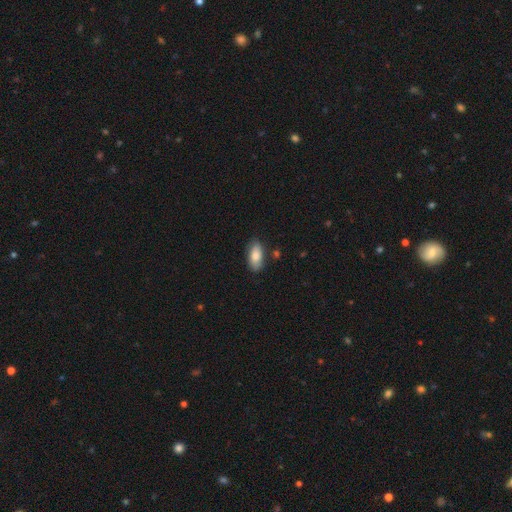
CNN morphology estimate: The model was most divided on "merging": none: 80%, minor disturbance: 14%, merger: 3%, major disturbance: 3%. More confident: how rounded — in between (91%); smooth or featured — smooth (80%).